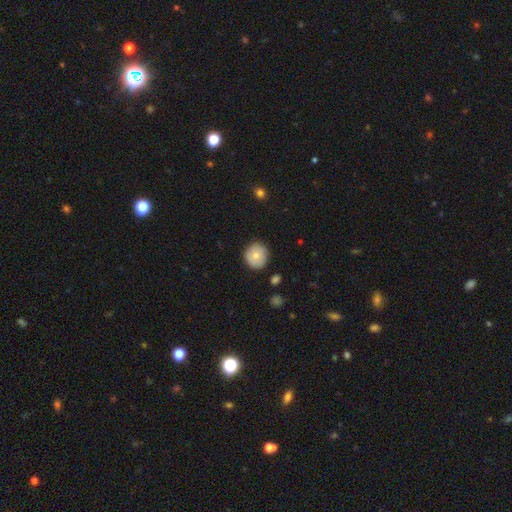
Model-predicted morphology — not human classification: Overall: smooth (75%). How rounded: round (91%). Merging: none (84%).